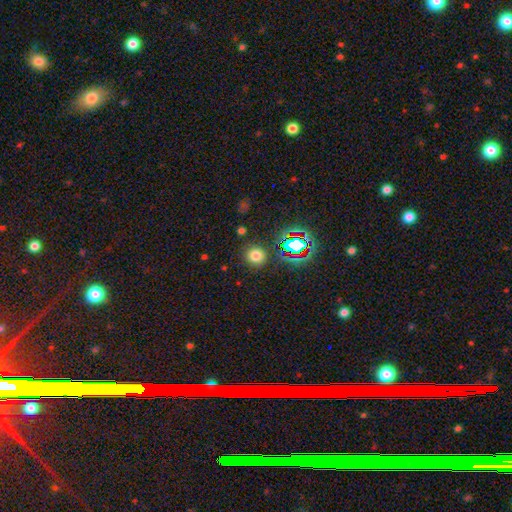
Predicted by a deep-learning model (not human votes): Smooth or featured: smooth — 72% (star or artifact — 21%)
How rounded: round — 92% (in between — 7%)
Merging: none — 86% (minor disturbance — 8%)